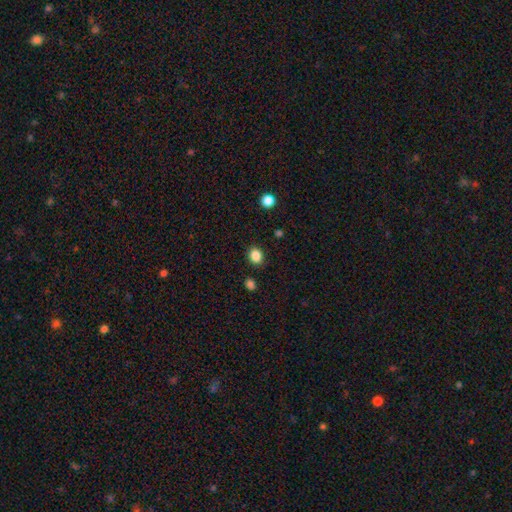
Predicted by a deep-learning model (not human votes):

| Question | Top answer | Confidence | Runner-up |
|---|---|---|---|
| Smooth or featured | smooth | 86% | star or artifact (11%) |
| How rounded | round | 59% | in between (40%) |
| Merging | none | 86% | minor disturbance (9%) |